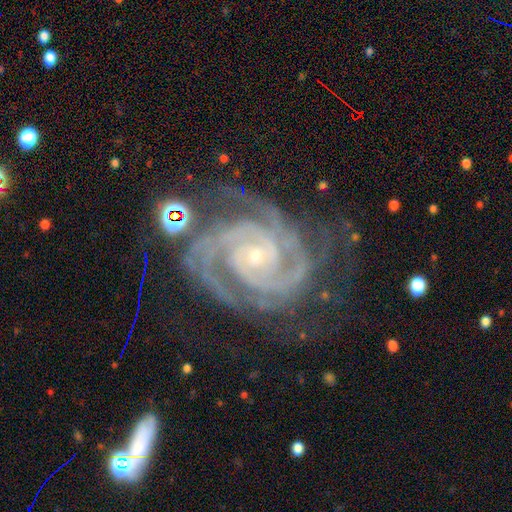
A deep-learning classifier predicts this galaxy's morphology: featured or disk 93%, star or artifact 5%, smooth 2%. Down the decision tree: edge-on disk — no (98%); bar — no (67%); spiral arms — yes (99%); spiral arm count — 2 (38%); spiral winding — tight (77%); bulge size — small (81%); merging — none (65%).